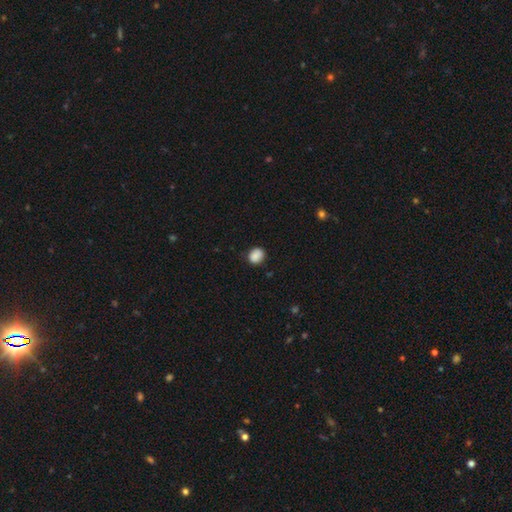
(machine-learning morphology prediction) The model was most divided on "how rounded": round: 65%, in between: 34%, cigar-shaped: 1%. More confident: smooth or featured — smooth (88%); merging — none (82%).